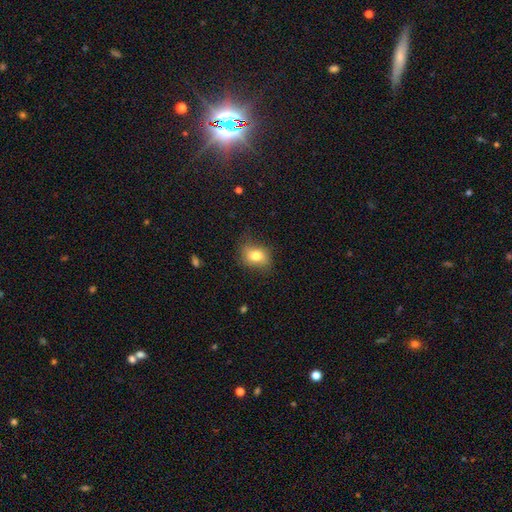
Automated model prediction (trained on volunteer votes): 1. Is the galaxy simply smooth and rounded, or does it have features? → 77% smooth, 13% featured or disk, 9% star or artifact.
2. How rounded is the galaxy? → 65% in between, 33% round, 2% cigar-shaped.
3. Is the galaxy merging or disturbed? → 71% none, 22% minor disturbance, 6% major disturbance, 1% merger.